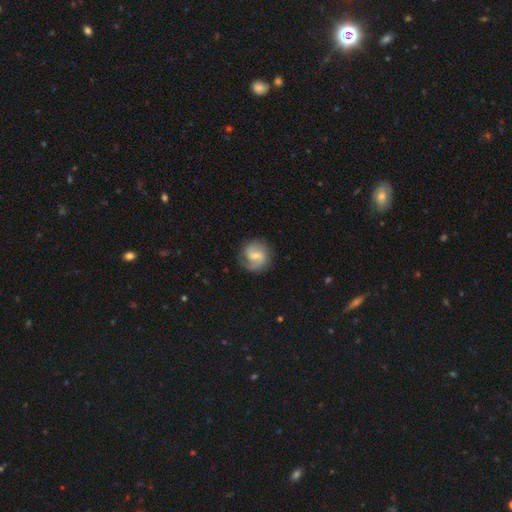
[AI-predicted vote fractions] Smooth or featured: featured or disk — 76% (smooth — 18%)
Edge-on disk: no — 98% (yes — 2%)
Bar: weak — 59% (no — 22%)
Spiral arms: yes — 94% (no — 6%)
Spiral winding: medium — 47% (loose — 31%)
Spiral arm count: 2 — 79% (1 — 12%)
Bulge size: small — 52% (moderate — 34%)
Merging: none — 77% (minor disturbance — 15%)